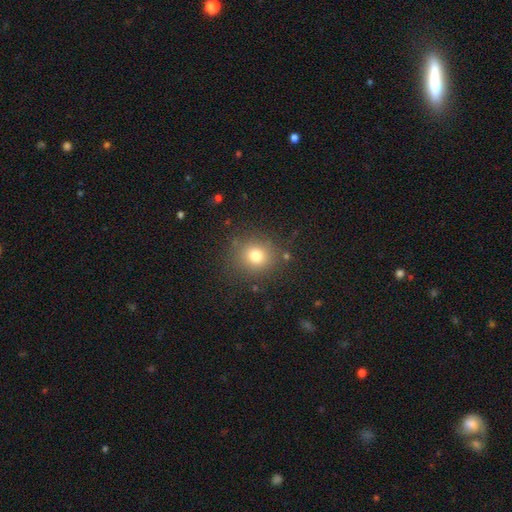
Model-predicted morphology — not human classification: Smooth or featured? Predicted: smooth (p=0.76). How rounded? Predicted: round (p=0.85). Merging? Predicted: none (p=0.84).